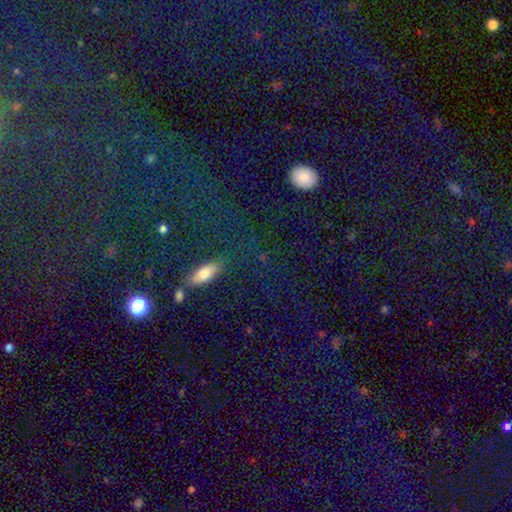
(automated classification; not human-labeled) Smooth or featured? Predicted: star or artifact (p=0.40, tied with smooth).